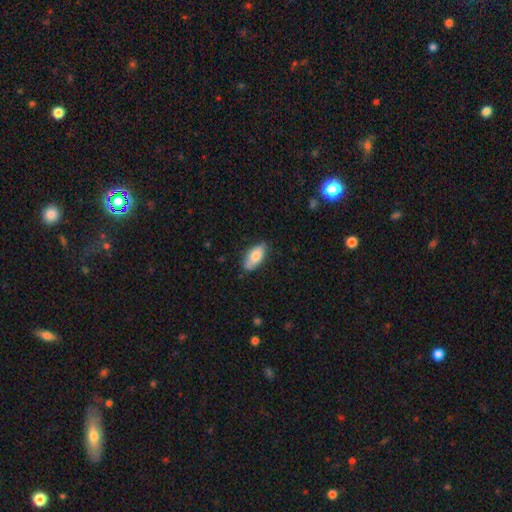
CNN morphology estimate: Q: Smooth or featured?
A: smooth (79%); runner-up: featured or disk (15%)
Q: How rounded?
A: in between (88%); runner-up: cigar-shaped (10%)
Q: Merging?
A: none (81%); runner-up: minor disturbance (15%)